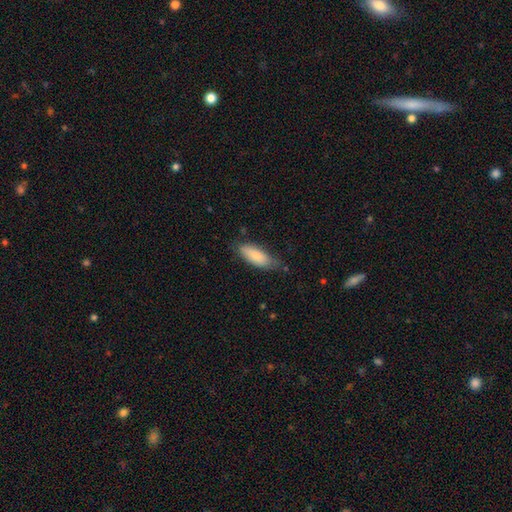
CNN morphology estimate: Smooth or featured: smooth — 83% (featured or disk — 11%)
How rounded: in between — 75% (cigar-shaped — 24%)
Merging: none — 68% (minor disturbance — 25%)